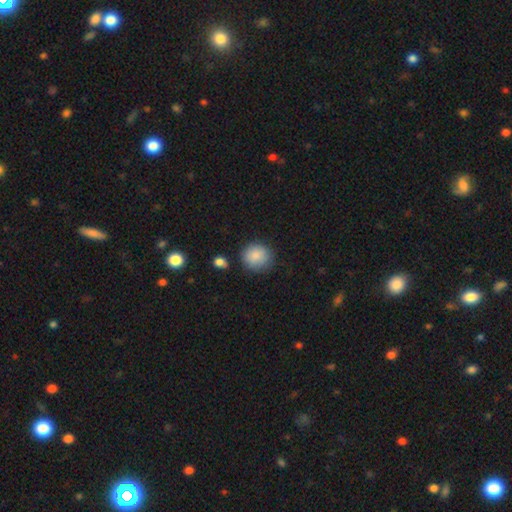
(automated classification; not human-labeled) A smooth galaxy with no disk features (87%) that is round (86%).

Vote fractions:
- Smooth or featured? smooth: 87% / star or artifact: 8% / featured or disk: 5%
- How rounded? round: 86% / in between: 13% / cigar-shaped: 1%
- Merging? none: 80% / minor disturbance: 14% / major disturbance: 4% / merger: 3%